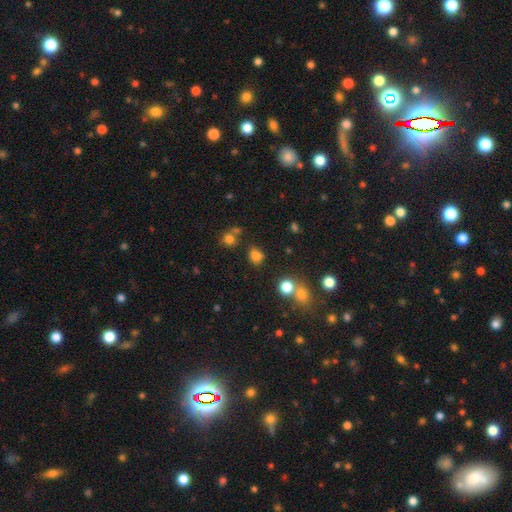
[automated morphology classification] Q: Smooth or featured?
A: smooth (76%); runner-up: star or artifact (18%)
Q: How rounded?
A: round (63%); runner-up: in between (36%)
Q: Merging?
A: none (72%); runner-up: minor disturbance (13%)